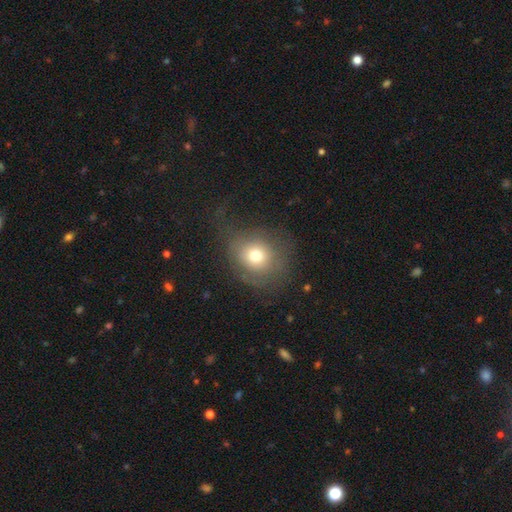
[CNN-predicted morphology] The model was most divided on "merging": none: 54%, major disturbance: 24%, minor disturbance: 20%, merger: 2%. More confident: how rounded — round (74%); smooth or featured — smooth (69%).